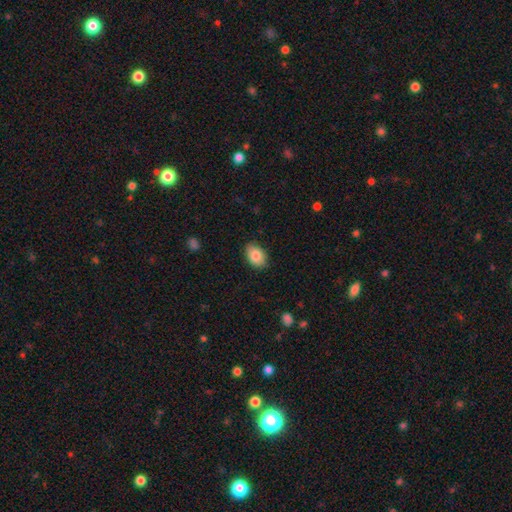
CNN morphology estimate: A smooth galaxy with no disk features (85%) that is in between round and cigar-shaped (87%).

Vote fractions:
- Smooth or featured? smooth: 85% / featured or disk: 8% / star or artifact: 7%
- How rounded? in between: 87% / round: 12% / cigar-shaped: 1%
- Merging? none: 85% / minor disturbance: 12% / major disturbance: 2% / merger: 1%